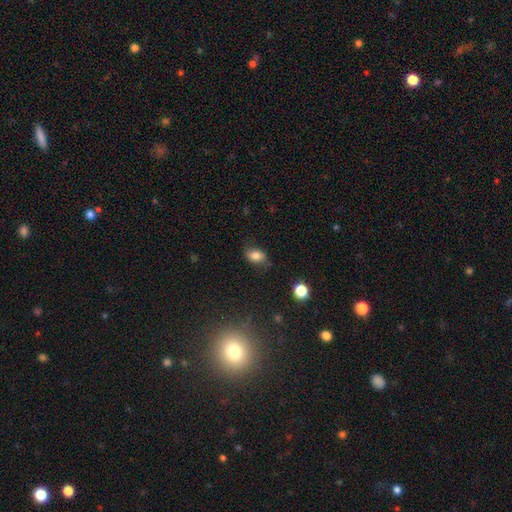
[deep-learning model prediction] smooth_or_featured: smooth (p=0.80) [alt: star or artifact p=0.10]
how_rounded: in between (p=0.80) [alt: round p=0.19]
merging: none (p=0.74) [alt: minor disturbance p=0.20]